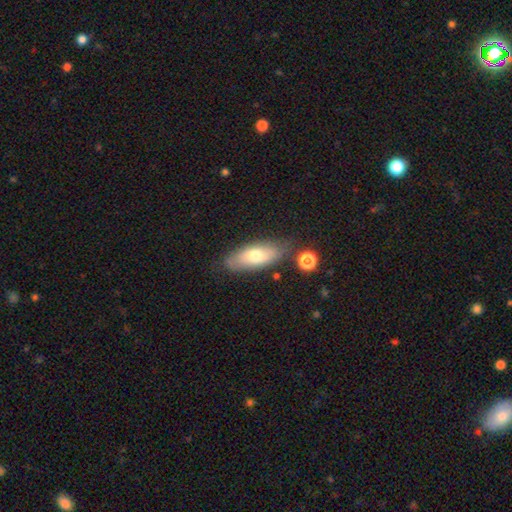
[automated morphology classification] The model was most divided on "smooth or featured": smooth: 64%, featured or disk: 29%, star or artifact: 7%. More confident: how rounded — in between (78%); merging — none (74%).